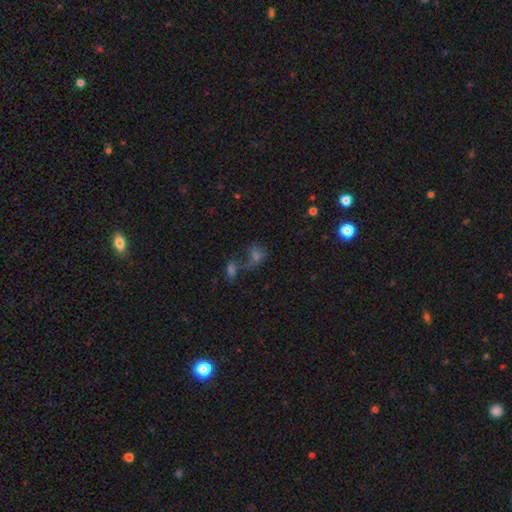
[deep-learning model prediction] Smooth or featured: smooth — 49% (star or artifact — 29%)
Merging: merger — 45% (none — 32%)